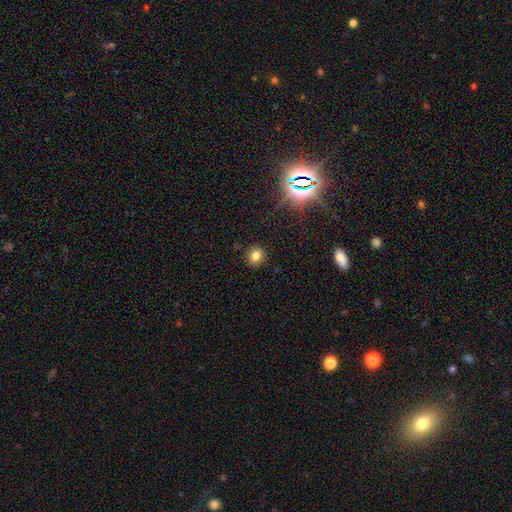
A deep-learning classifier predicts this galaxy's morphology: Smooth or featured: smooth — 78% (star or artifact — 15%)
How rounded: round — 77% (in between — 22%)
Merging: none — 89% (minor disturbance — 7%)